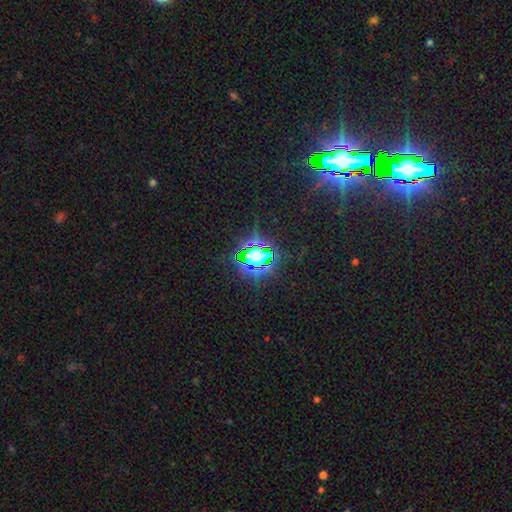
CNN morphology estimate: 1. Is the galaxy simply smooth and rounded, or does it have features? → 70% star or artifact, 19% smooth, 10% featured or disk.